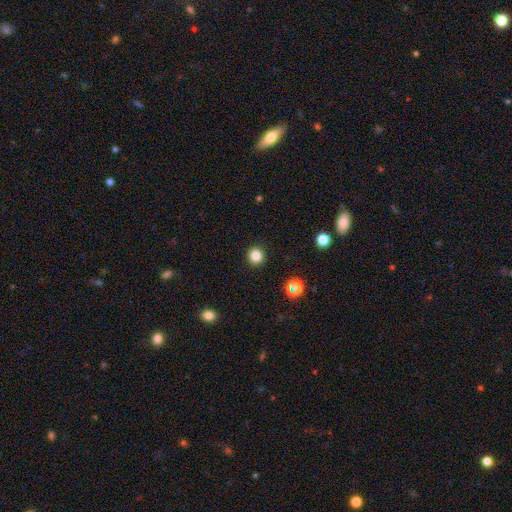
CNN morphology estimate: Overall: smooth (83%). How rounded: round (93%). Merging: none (92%).